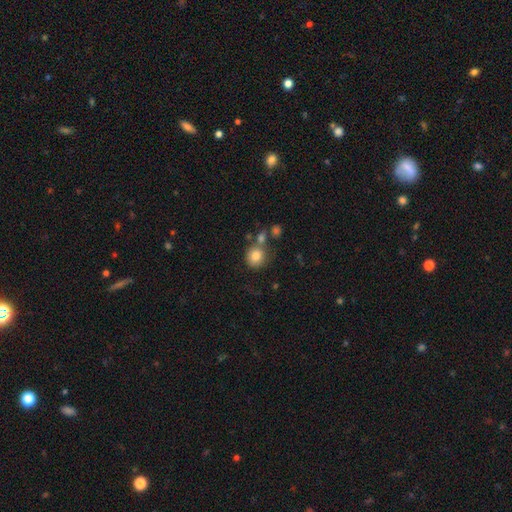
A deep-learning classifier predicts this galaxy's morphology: Smooth or featured: smooth — 81% (star or artifact — 10%)
How rounded: round — 86% (in between — 13%)
Merging: none — 66% (merger — 17%)